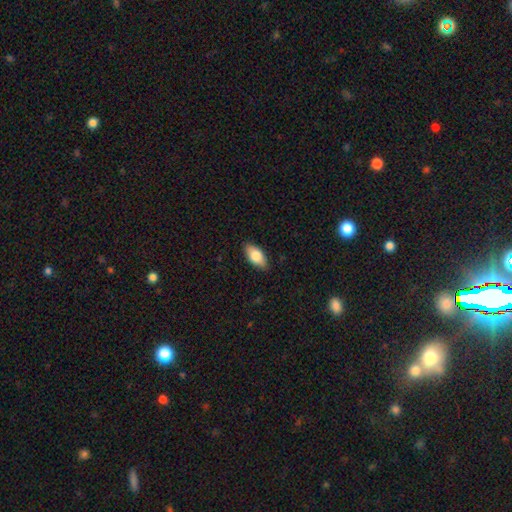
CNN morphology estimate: A smooth galaxy with no disk features (79%) that is in between round and cigar-shaped (90%).

Vote fractions:
- Smooth or featured? smooth: 79% / featured or disk: 14% / star or artifact: 6%
- How rounded? in between: 90% / cigar-shaped: 7% / round: 3%
- Merging? none: 87% / minor disturbance: 10% / major disturbance: 2% / merger: 1%